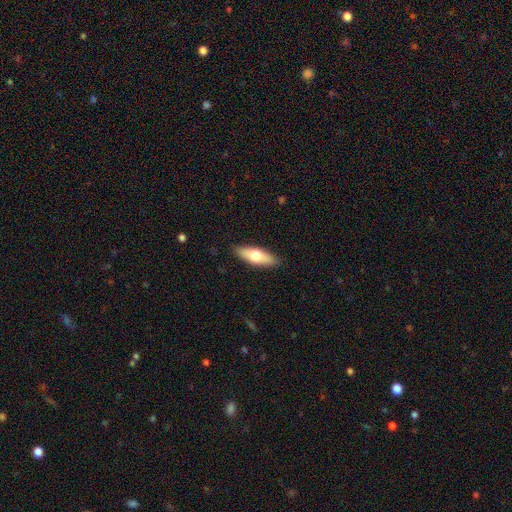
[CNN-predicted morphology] A smooth galaxy with no disk features (60%) that is in between round and cigar-shaped (58%). Merging: none (88%).